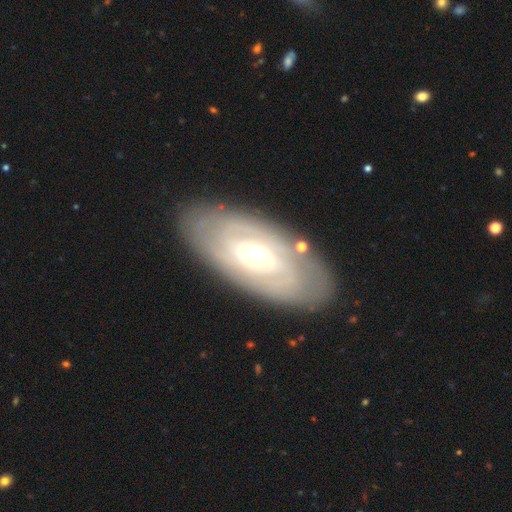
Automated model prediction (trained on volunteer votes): This is likely a featured or disk galaxy (76%). It is clearly not viewed edge-on (90%). Bar: possibly no (58%). Spiral arm pattern: likely yes (70%). Central bulge: likely moderate (70%). Merging: clearly none (82%).